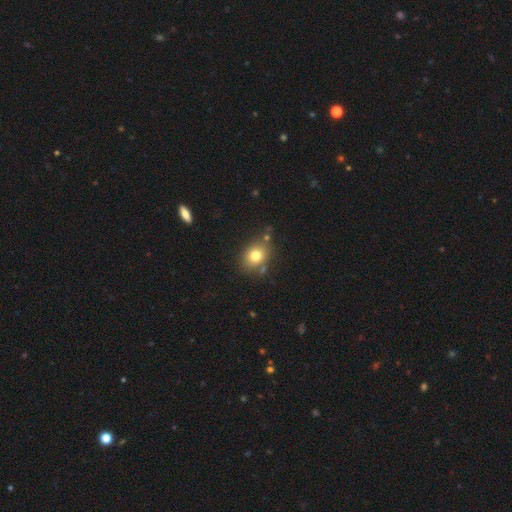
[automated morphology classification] This is likely a smooth galaxy (78%). How rounded: possibly in between (53%). Merging: likely none (74%).